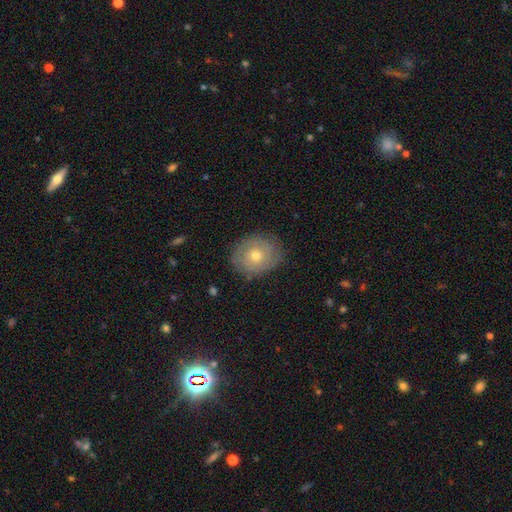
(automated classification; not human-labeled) Smooth or featured? Predicted: featured or disk (p=0.51). Edge-on disk? Predicted: no (p=0.96). Merging? Predicted: none (p=0.80).